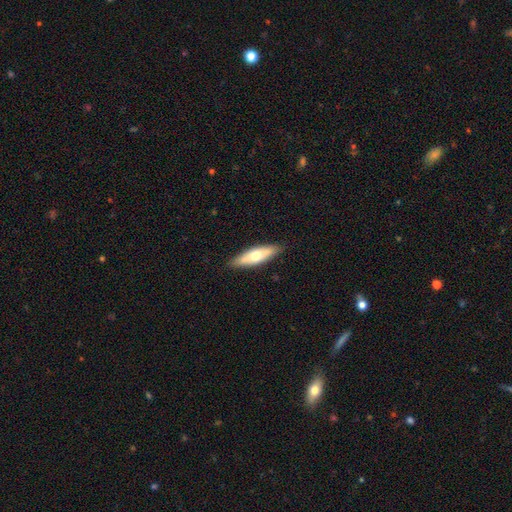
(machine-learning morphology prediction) smooth-or-featured: smooth: 58% | featured or disk: 37% | star or artifact: 5%
  how-rounded: cigar-shaped: 56% | in between: 42% | round: 2%
  merging: none: 87% | minor disturbance: 10% | major disturbance: 2% | merger: 1%